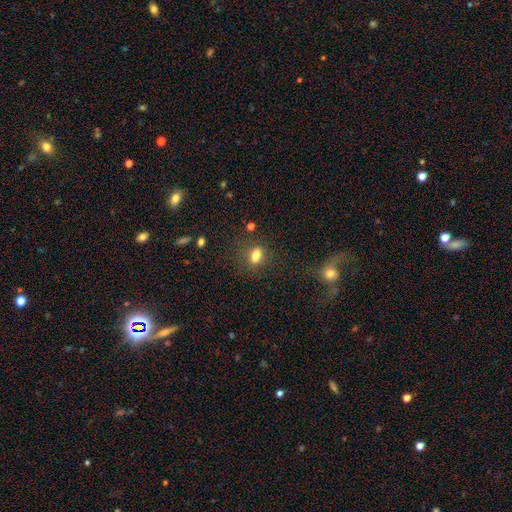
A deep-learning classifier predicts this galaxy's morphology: Overall: smooth (78%). How rounded: in between (75%). Merging: none (78%).